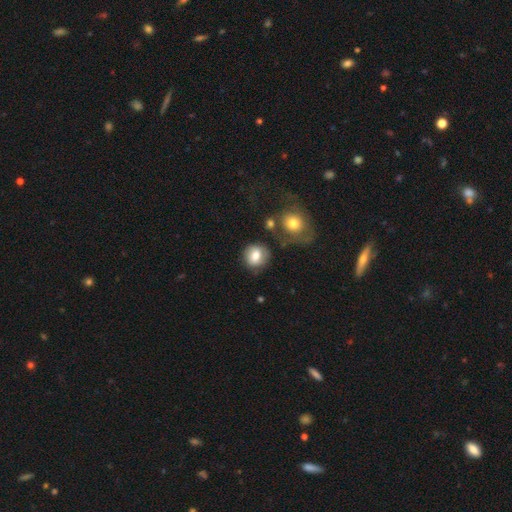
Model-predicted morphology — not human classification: Smooth or featured?
  - smooth: 78% *
  - featured or disk: 14%
  - star or artifact: 9%
How rounded?
  - round: 85% *
  - in between: 14%
  - cigar-shaped: 1%
Merging?
  - none: 77% *
  - minor disturbance: 13%
  - merger: 6%
  - major disturbance: 5%